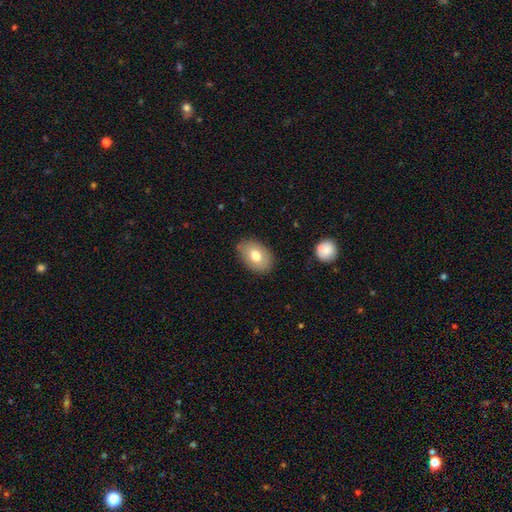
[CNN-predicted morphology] smooth_or_featured: smooth (p=0.75) [alt: featured or disk p=0.18]
how_rounded: in between (p=0.85) [alt: round p=0.14]
merging: none (p=0.84) [alt: minor disturbance p=0.12]